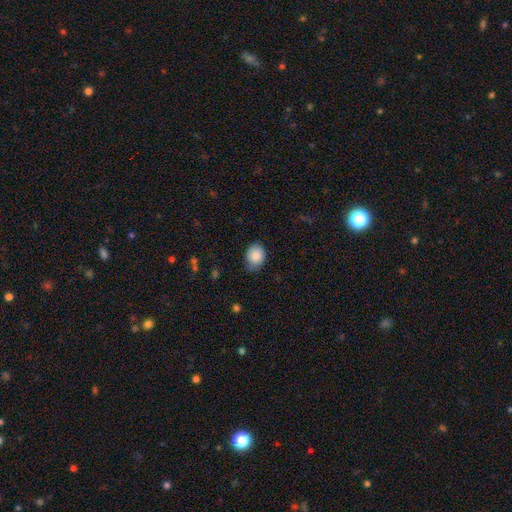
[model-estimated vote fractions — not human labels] Morphology: type=smooth (86%); roundness=round (53%); merging=none (71%).